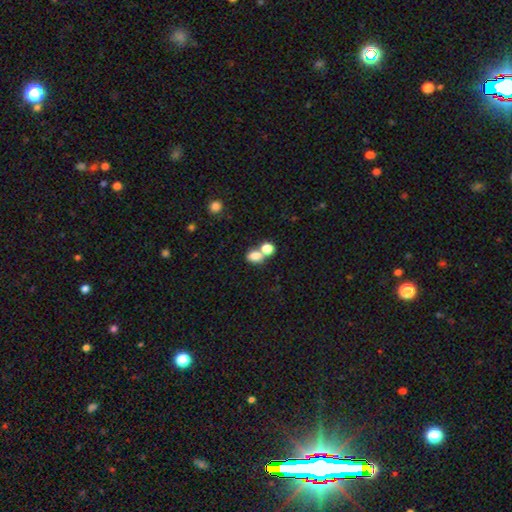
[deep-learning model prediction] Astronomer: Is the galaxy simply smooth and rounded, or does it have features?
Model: smooth — 77%.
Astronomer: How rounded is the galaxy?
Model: in between — 64%.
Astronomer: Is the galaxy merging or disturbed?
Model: merger — 49% (runner-up: none, 37%).